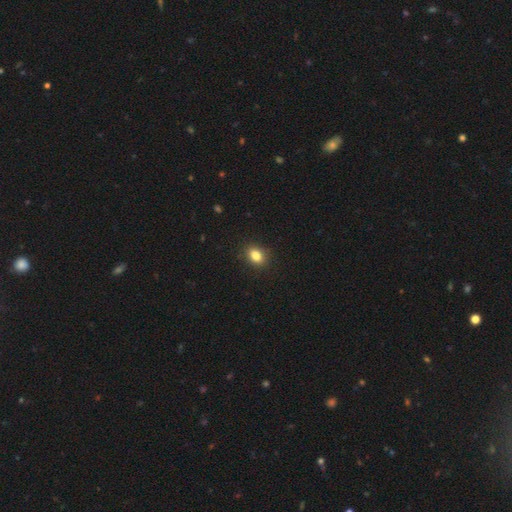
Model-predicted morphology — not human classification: Smooth or featured?
  - smooth: 85% *
  - star or artifact: 10%
  - featured or disk: 5%
How rounded?
  - in between: 68% *
  - round: 31%
  - cigar-shaped: 1%
Merging?
  - none: 90% *
  - minor disturbance: 7%
  - major disturbance: 2%
  - merger: 1%